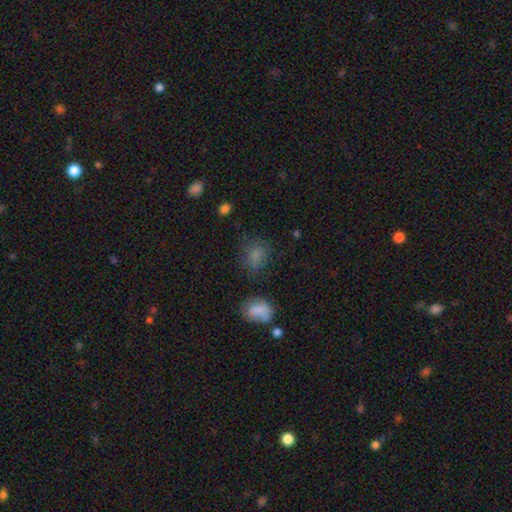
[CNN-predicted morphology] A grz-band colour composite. It shows a smooth galaxy with no disk features (76%) that is round (57%). Merging: none (68%).